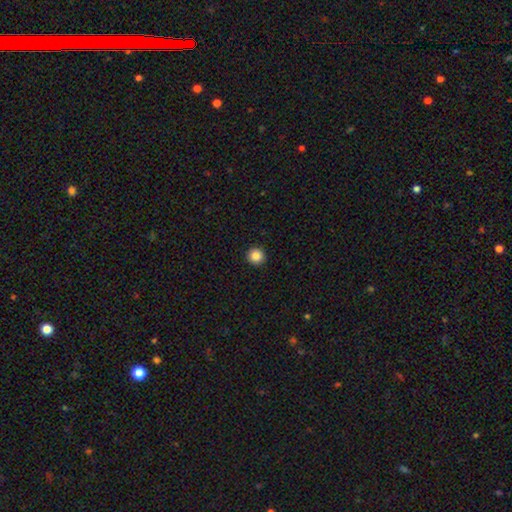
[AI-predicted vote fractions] Smooth or featured? Predicted: smooth (p=0.87). How rounded? Predicted: round (p=0.96). Merging? Predicted: none (p=0.94).